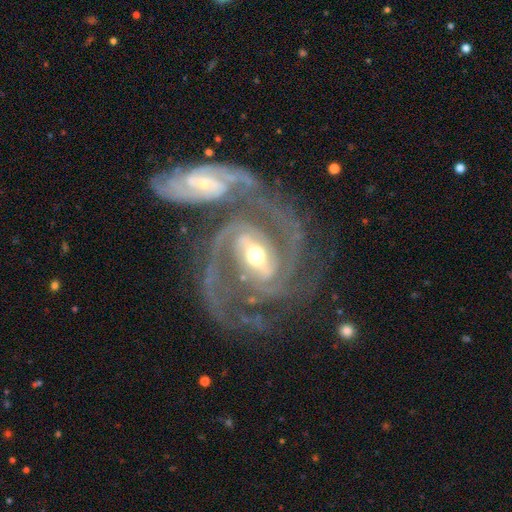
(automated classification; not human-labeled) This appears to be a featured or disk galaxy (93%) with a strong bar (57%), 2 (65%) medium (48%) spiral arms (98%) and a moderate central bulge (64%). Merging: none (41%).